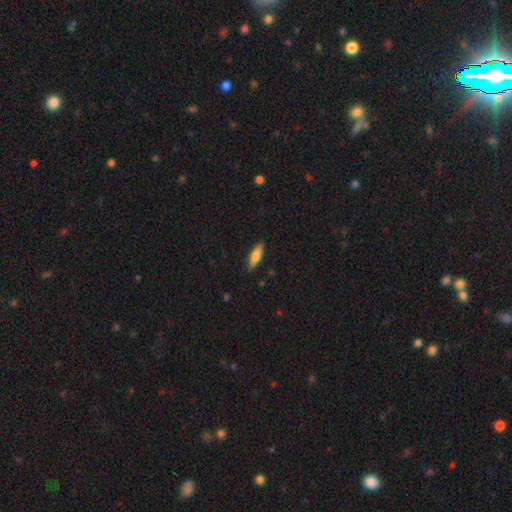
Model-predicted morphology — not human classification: This is likely a smooth galaxy (75%). How rounded: possibly cigar-shaped (55%). Merging: clearly none (87%).